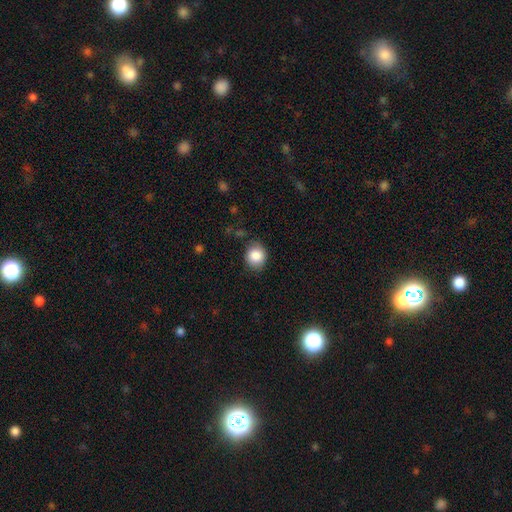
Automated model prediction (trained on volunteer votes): Smooth or featured: smooth — 86% (star or artifact — 8%)
How rounded: round — 73% (in between — 26%)
Merging: none — 77% (minor disturbance — 17%)